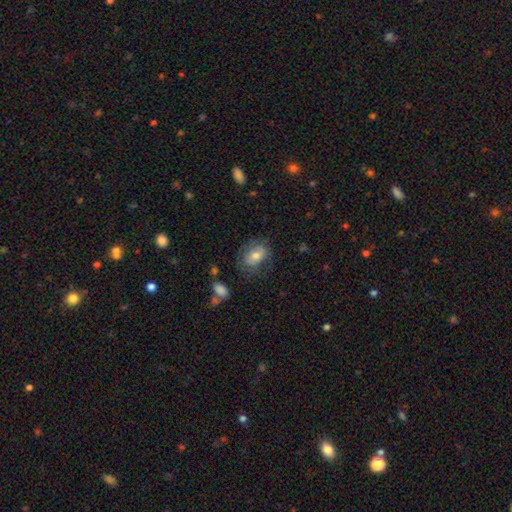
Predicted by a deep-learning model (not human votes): Q: Smooth or featured?
A: smooth (62%); runner-up: featured or disk (29%)
Q: How rounded?
A: in between (67%); runner-up: round (31%)
Q: Merging?
A: none (64%); runner-up: minor disturbance (21%)